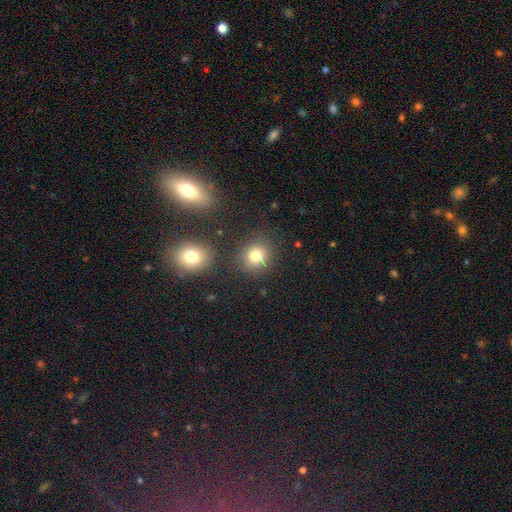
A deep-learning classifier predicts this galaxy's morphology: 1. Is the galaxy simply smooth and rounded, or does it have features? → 79% smooth, 14% star or artifact, 7% featured or disk.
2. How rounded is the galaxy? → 84% round, 15% in between, 1% cigar-shaped.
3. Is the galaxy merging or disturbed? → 81% none, 9% minor disturbance, 6% merger, 4% major disturbance.